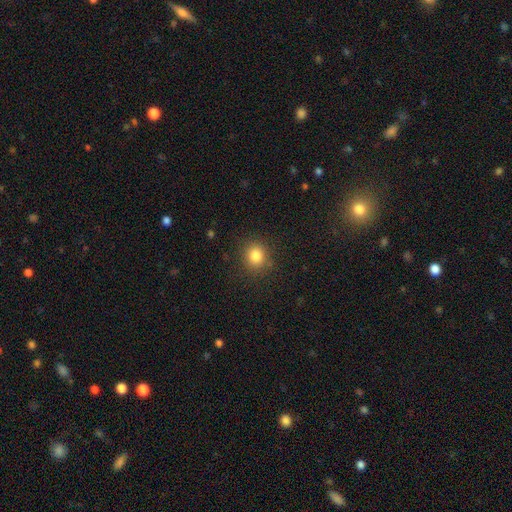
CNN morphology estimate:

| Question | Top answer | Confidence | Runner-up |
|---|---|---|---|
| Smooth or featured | smooth | 83% | star or artifact (12%) |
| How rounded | round | 83% | in between (16%) |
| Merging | none | 87% | minor disturbance (8%) |